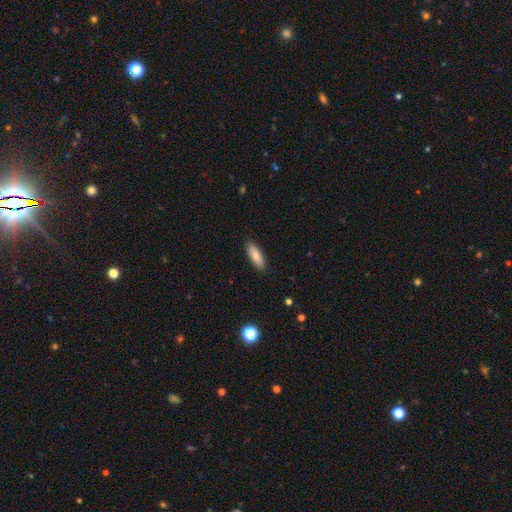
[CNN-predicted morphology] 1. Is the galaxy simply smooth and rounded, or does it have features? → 87% smooth, 7% featured or disk, 6% star or artifact.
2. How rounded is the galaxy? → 56% in between, 43% cigar-shaped, 2% round.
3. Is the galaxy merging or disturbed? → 89% none, 8% minor disturbance, 2% major disturbance, 1% merger.